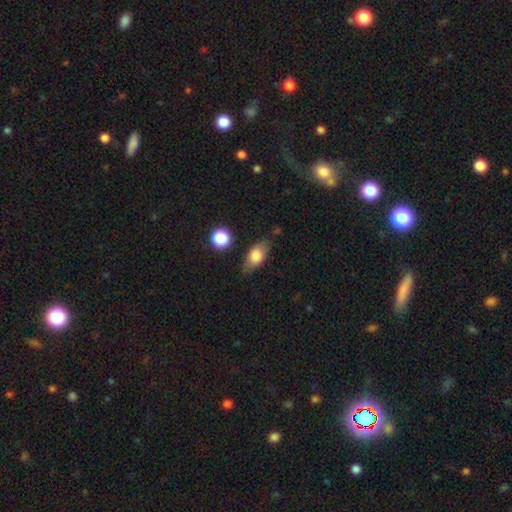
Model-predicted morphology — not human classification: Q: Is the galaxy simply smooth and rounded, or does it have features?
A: smooth — 74%.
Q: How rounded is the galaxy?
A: in between — 81%.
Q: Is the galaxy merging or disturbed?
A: none — 74%.